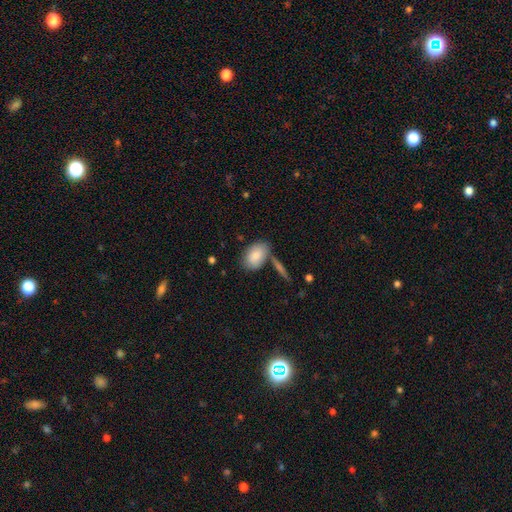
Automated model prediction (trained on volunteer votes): This appears to be a smooth galaxy with no disk features (83%) that is in between round and cigar-shaped (89%). Merging: none (64%).